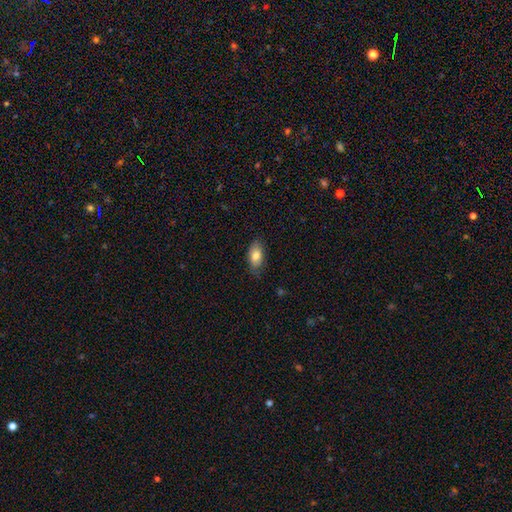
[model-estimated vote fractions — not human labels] Smooth or featured?
  - smooth: 80% *
  - featured or disk: 13%
  - star or artifact: 7%
How rounded?
  - in between: 91% *
  - cigar-shaped: 5%
  - round: 4%
Merging?
  - none: 77% *
  - minor disturbance: 19%
  - major disturbance: 3%
  - merger: 1%